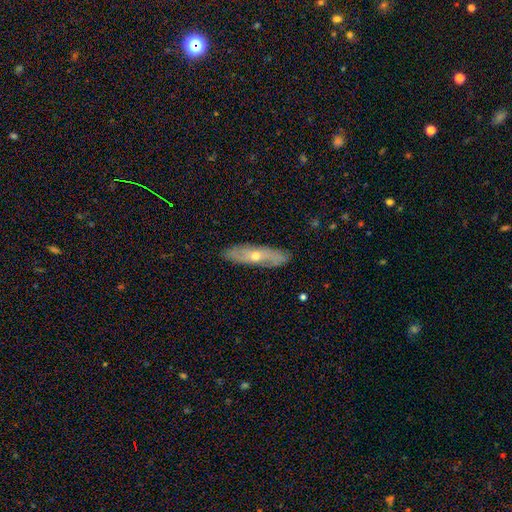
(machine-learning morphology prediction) type=featured or disk (58%); edge-on=no (53%); merging=none (84%).